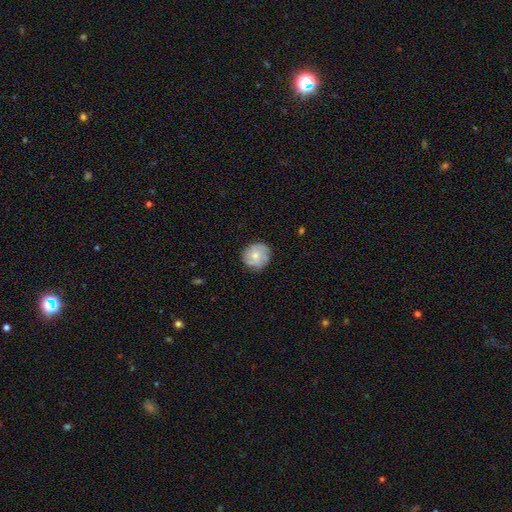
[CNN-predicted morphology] A smooth galaxy with no disk features (61%) that is round (88%).

Vote fractions:
- Smooth or featured? smooth: 61% / featured or disk: 31% / star or artifact: 8%
- How rounded? round: 88% / in between: 11% / cigar-shaped: 1%
- Merging? none: 79% / minor disturbance: 16% / major disturbance: 4% / merger: 1%